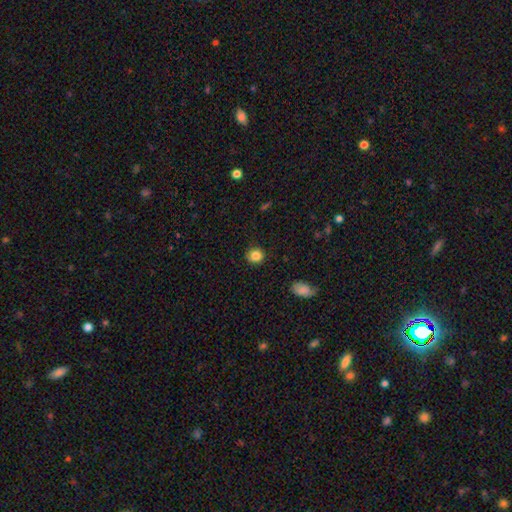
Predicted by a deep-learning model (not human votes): Smooth or featured? smooth (85%)
How rounded? round (88%)
Merging? none (90%)